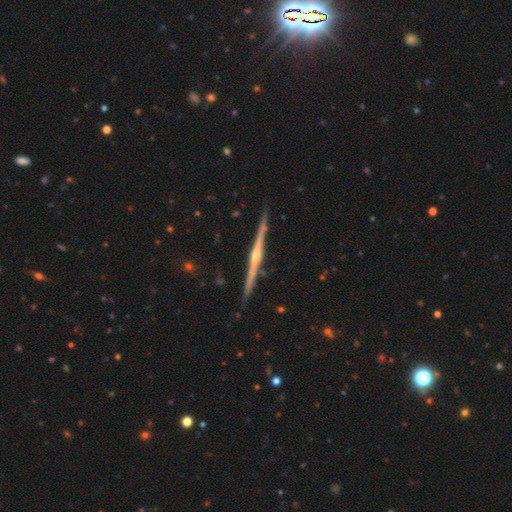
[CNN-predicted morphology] smooth-or-featured: featured or disk: 87% | smooth: 8% | star or artifact: 5%
  disk-edge-on: yes: 99% | no: 1%
    edge-on-bulge: rounded: 78% | none: 14% | boxy: 8%
  merging: none: 91% | minor disturbance: 7% | major disturbance: 1% | merger: 1%